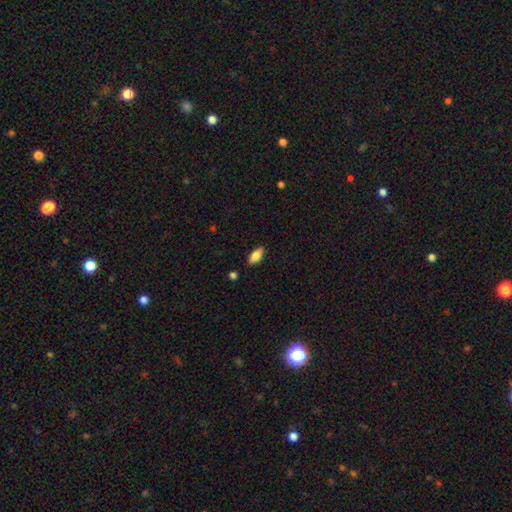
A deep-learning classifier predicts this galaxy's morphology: Smooth or featured: smooth — 74% (featured or disk — 19%)
How rounded: in between — 82% (cigar-shaped — 15%)
Merging: none — 86% (minor disturbance — 11%)